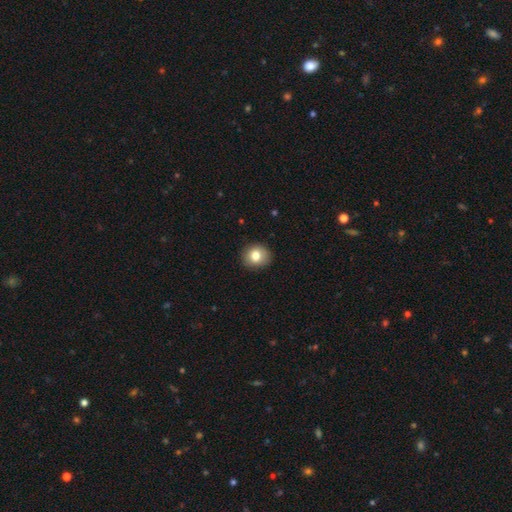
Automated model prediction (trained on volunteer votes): Smooth or featured? Predicted: smooth (p=0.80). How rounded? Predicted: round (p=0.81). Merging? Predicted: none (p=0.88).